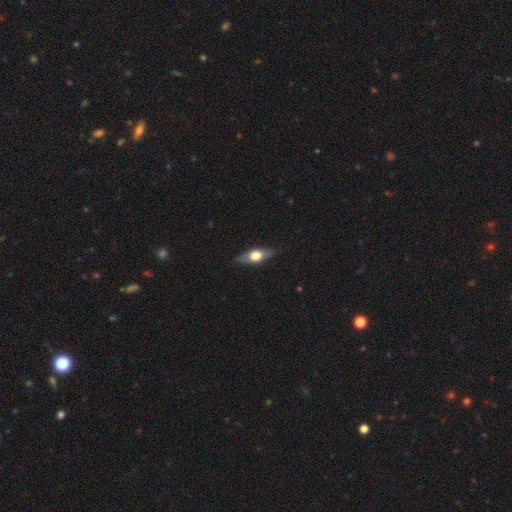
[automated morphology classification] A featured or disk galaxy (52%) viewed edge-on (88%). Merging: none (85%).